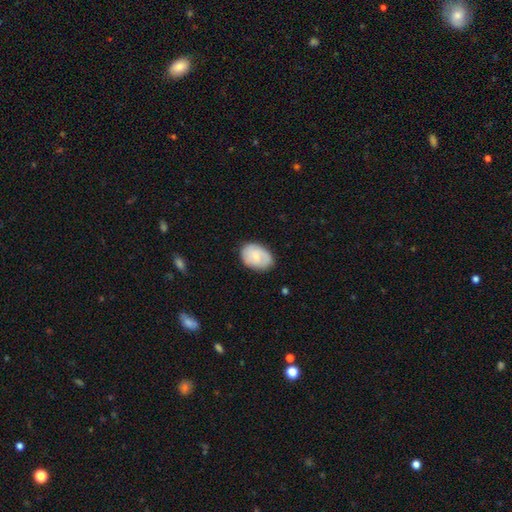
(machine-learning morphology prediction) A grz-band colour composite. It shows a smooth galaxy with no disk features (66%) that is in between round and cigar-shaped (81%). Merging: none (79%).